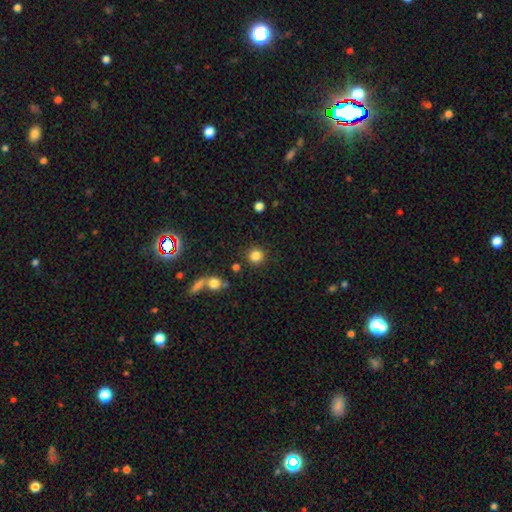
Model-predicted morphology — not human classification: Smooth or featured? smooth (83%)
How rounded? round (93%)
Merging? none (87%)